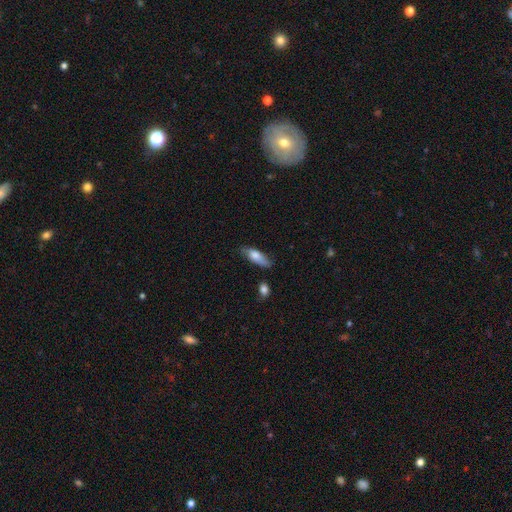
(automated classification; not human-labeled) The model was most divided on "how rounded": in between: 58%, cigar-shaped: 39%, round: 3%. More confident: smooth or featured — smooth (71%); merging — none (65%).